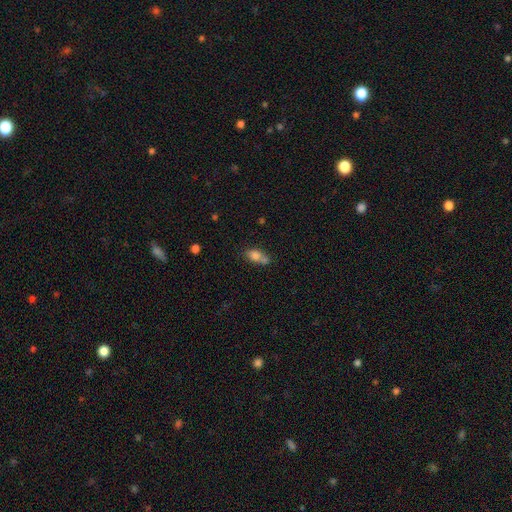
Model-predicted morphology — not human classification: smooth_or_featured: smooth (p=0.77) [alt: featured or disk p=0.12]
how_rounded: in between (p=0.73) [alt: round p=0.22]
merging: merger (p=0.42) [alt: none p=0.37]